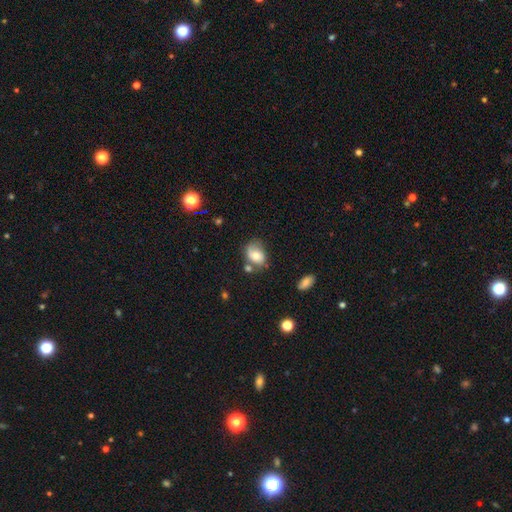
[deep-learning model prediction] Overall: smooth (59%; featured or disk 31%). How rounded: in between (66%; round 33%). Merging: none (46%; minor disturbance 30%).